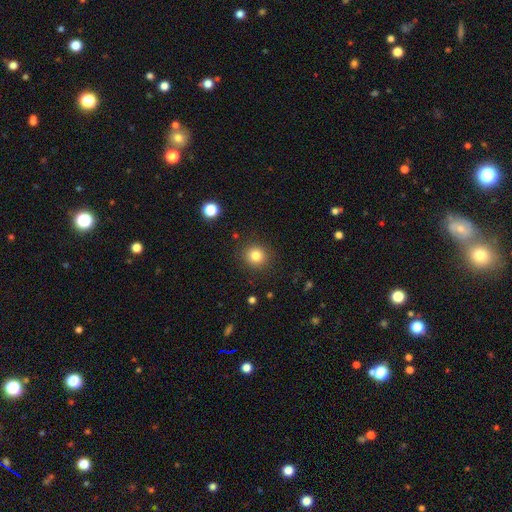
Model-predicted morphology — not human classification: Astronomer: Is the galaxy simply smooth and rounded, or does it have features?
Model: smooth — 82%.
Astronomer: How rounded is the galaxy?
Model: round — 91%.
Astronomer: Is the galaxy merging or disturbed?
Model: none — 89%.